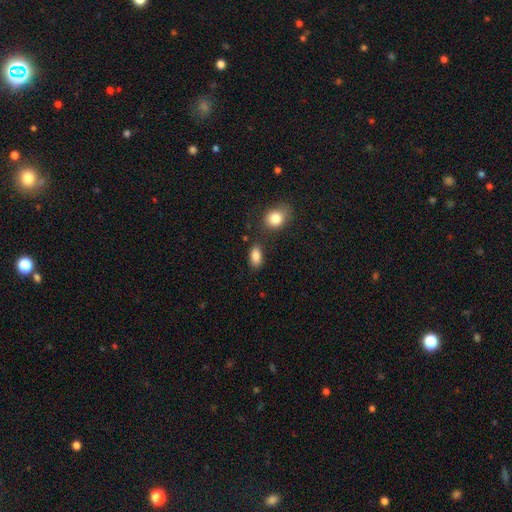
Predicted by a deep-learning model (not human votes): Smooth or featured?
  - smooth: 86% *
  - star or artifact: 9%
  - featured or disk: 5%
How rounded?
  - in between: 88% *
  - round: 9%
  - cigar-shaped: 3%
Merging?
  - none: 75% *
  - minor disturbance: 14%
  - merger: 7%
  - major disturbance: 4%